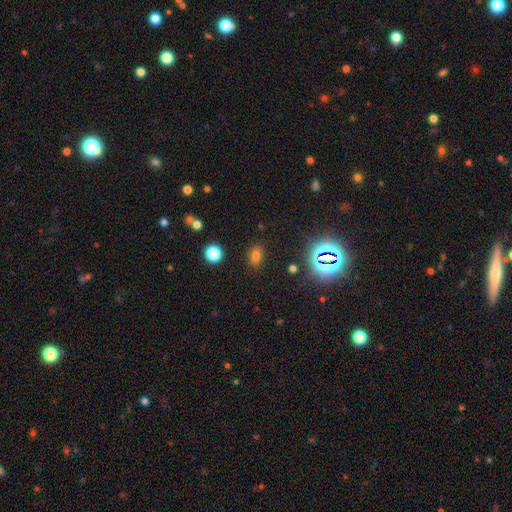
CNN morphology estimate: smooth_or_featured: smooth (p=0.69) [alt: star or artifact p=0.23]
how_rounded: in between (p=0.76) [alt: round p=0.22]
merging: none (p=0.84) [alt: minor disturbance p=0.10]